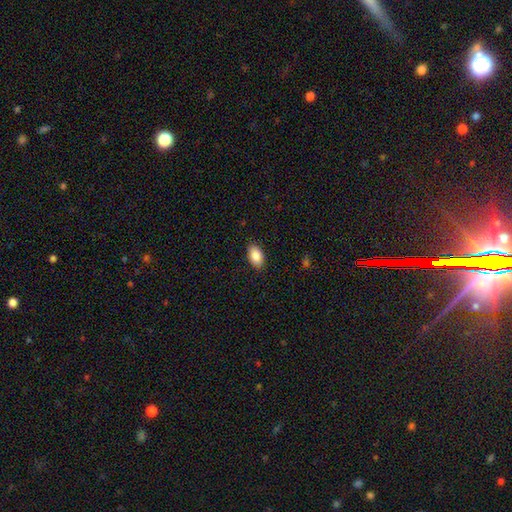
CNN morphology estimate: This appears to be a smooth galaxy with no disk features (88%) that is in between round and cigar-shaped (93%). Merging: none (88%).